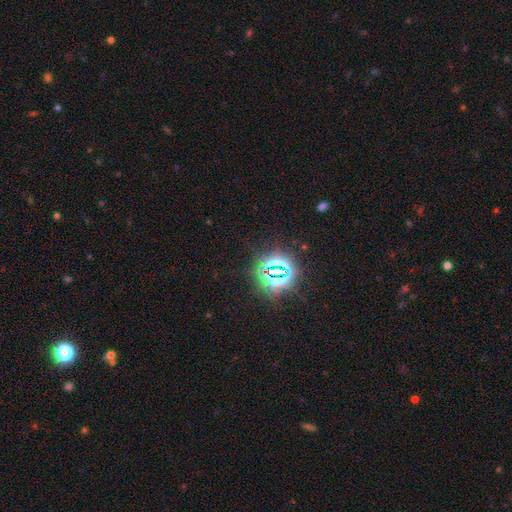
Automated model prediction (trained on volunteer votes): Q: Smooth or featured?
A: star or artifact (81%); runner-up: smooth (13%)